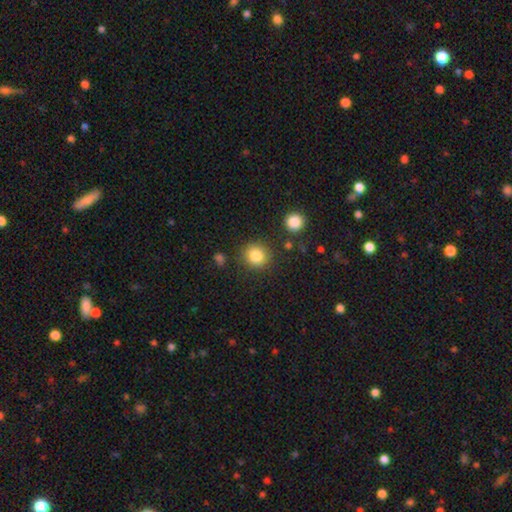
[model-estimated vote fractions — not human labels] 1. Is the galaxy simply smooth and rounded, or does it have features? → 84% smooth, 10% star or artifact, 6% featured or disk.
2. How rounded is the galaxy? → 88% round, 11% in between, 1% cigar-shaped.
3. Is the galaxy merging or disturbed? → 85% none, 8% minor disturbance, 3% merger, 3% major disturbance.